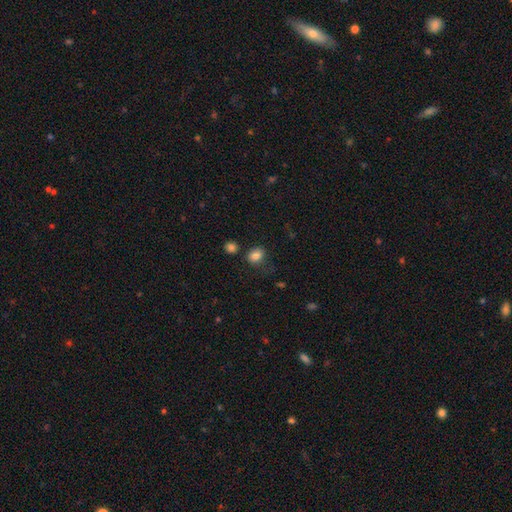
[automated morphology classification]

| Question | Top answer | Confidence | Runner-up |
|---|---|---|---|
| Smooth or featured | smooth | 84% | star or artifact (11%) |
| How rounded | in between | 51% | round (48%) |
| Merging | none | 69% | minor disturbance (18%) |